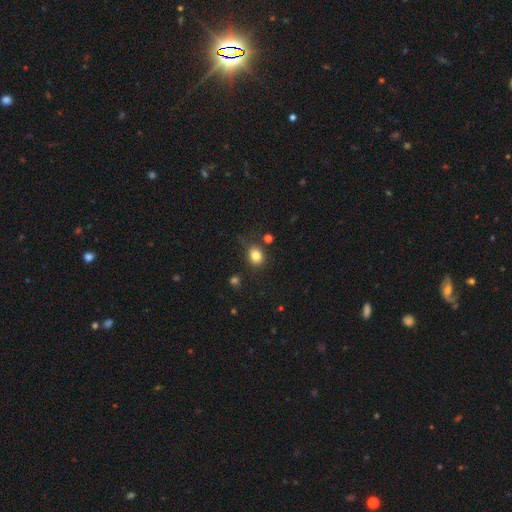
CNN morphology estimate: The model was most divided on "how rounded": round: 63%, in between: 36%, cigar-shaped: 1%. More confident: smooth or featured — smooth (81%); merging — none (76%).